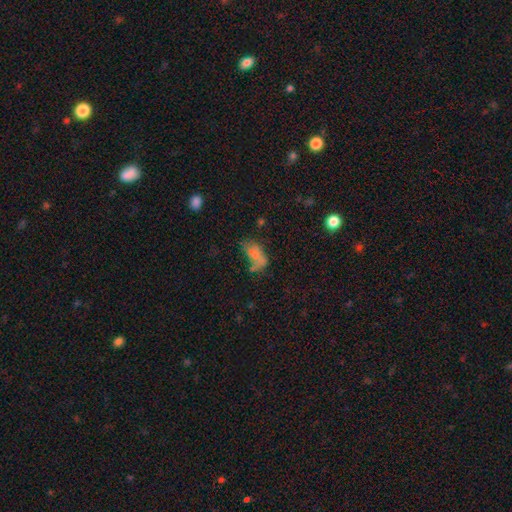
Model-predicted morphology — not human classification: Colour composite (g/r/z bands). It shows a smooth galaxy with no disk features (58%) that is in between round and cigar-shaped (87%). Merging: major disturbance (31%).